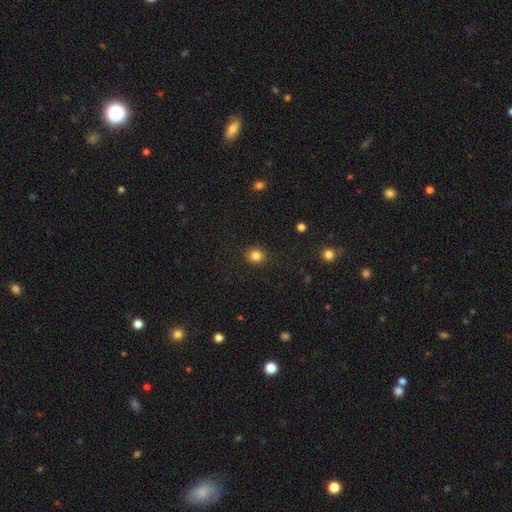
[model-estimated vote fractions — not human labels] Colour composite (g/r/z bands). It shows a smooth galaxy with no disk features (84%) that is round (77%). Merging: none (90%).